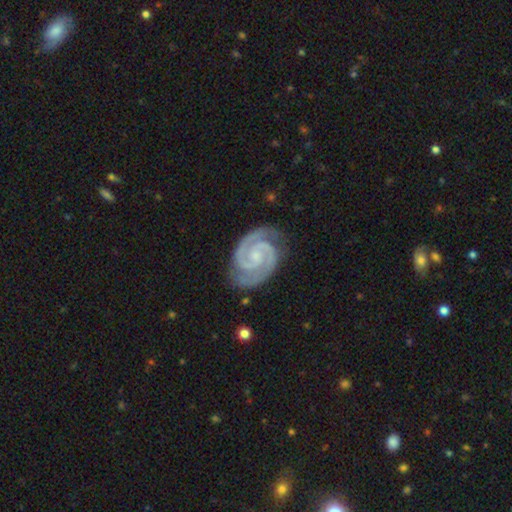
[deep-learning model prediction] Overall: featured or disk (94%). Edge-on disk: no (98%). Bar: no (53%; weak 35%). Spiral arms: yes (99%). Spiral arm count: 2 (93%). Spiral winding: tight (66%; medium 31%). Bulge size: small (59%; moderate 21%). Merging: none (83%).